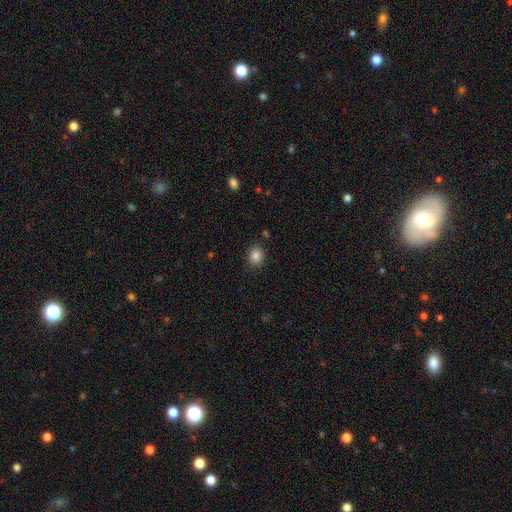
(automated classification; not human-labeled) Morphology: type=smooth (85%); roundness=round (57%); merging=none (87%).